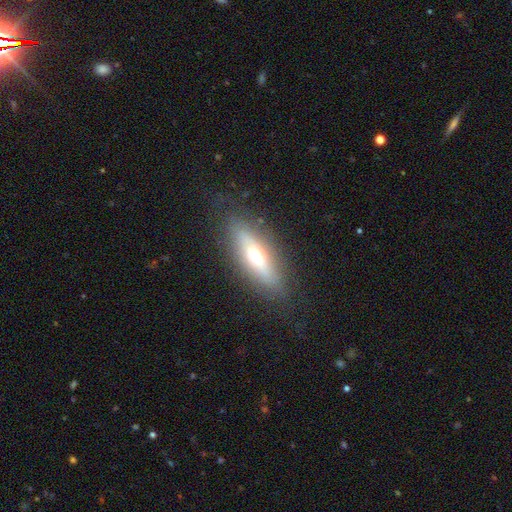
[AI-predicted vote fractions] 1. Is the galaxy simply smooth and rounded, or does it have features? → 50% smooth, 42% featured or disk, 9% star or artifact.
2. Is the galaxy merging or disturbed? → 82% none, 12% minor disturbance, 5% major disturbance, 1% merger.